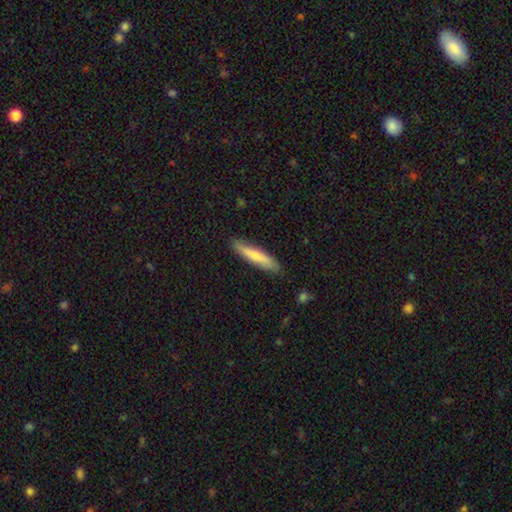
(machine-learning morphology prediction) type=smooth (71%); roundness=cigar-shaped (85%); merging=none (84%).